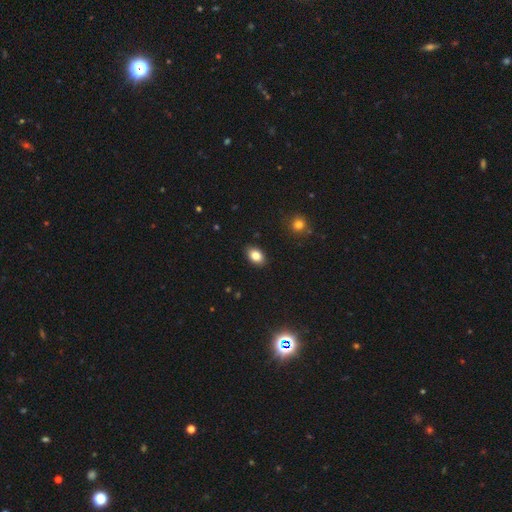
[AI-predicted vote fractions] This is clearly a smooth galaxy (83%). How rounded: clearly in between (84%). Merging: clearly none (89%).